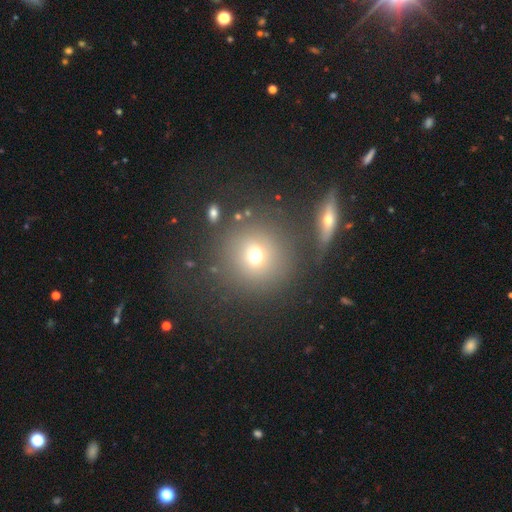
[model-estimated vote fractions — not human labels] Smooth or featured?
  - smooth: 69% *
  - star or artifact: 18%
  - featured or disk: 13%
How rounded?
  - round: 91% *
  - in between: 8%
  - cigar-shaped: 1%
Merging?
  - none: 75% *
  - minor disturbance: 9%
  - merger: 9%
  - major disturbance: 6%